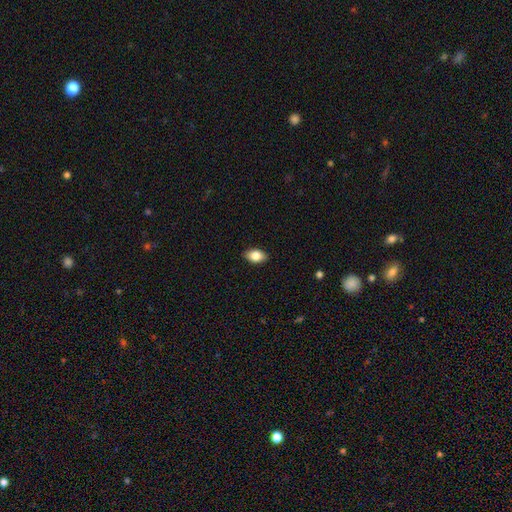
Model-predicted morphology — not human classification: Q: Smooth or featured?
A: smooth (83%); runner-up: featured or disk (10%)
Q: How rounded?
A: in between (87%); runner-up: round (11%)
Q: Merging?
A: none (88%); runner-up: minor disturbance (10%)